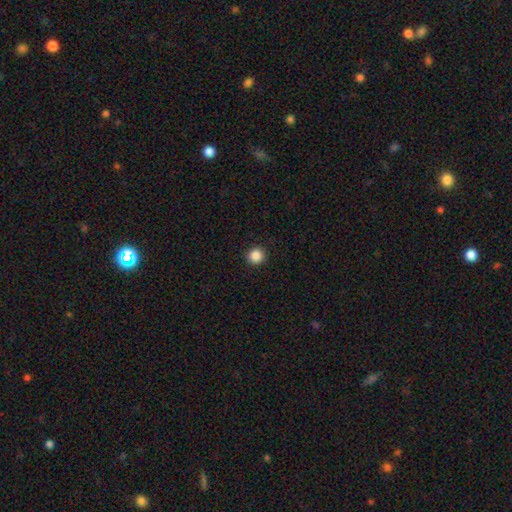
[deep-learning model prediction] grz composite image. It shows a smooth galaxy with no disk features (87%) that is round (95%). Merging: none (93%).